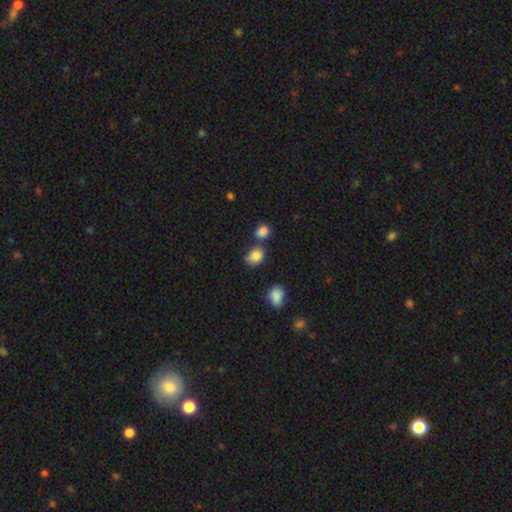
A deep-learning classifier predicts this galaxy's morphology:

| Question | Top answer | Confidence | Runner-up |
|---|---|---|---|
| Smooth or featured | smooth | 85% | star or artifact (10%) |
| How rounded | in between | 55% | round (44%) |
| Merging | none | 54% | minor disturbance (20%) |